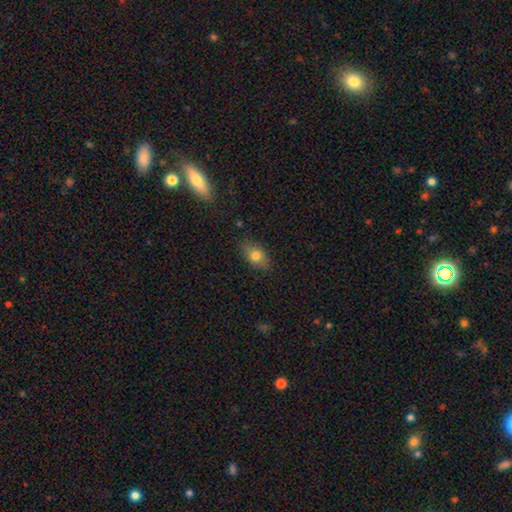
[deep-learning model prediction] Smooth or featured? smooth (75%)
How rounded? in between (83%)
Merging? none (83%)